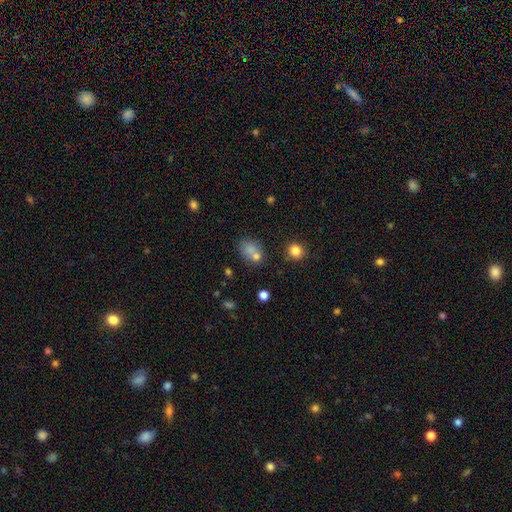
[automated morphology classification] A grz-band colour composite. It shows a smooth galaxy with no disk features (74%) that is in between round and cigar-shaped (60%). Merging: none (44%).